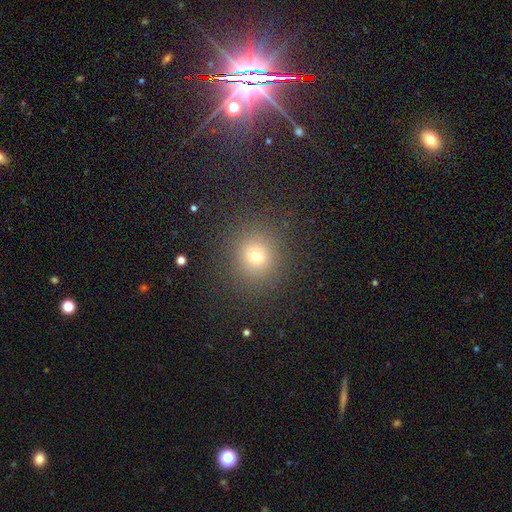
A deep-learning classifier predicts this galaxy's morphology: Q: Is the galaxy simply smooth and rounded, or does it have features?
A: smooth — 71%.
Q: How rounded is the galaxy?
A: round — 88%.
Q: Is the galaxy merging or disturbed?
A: none — 89%.